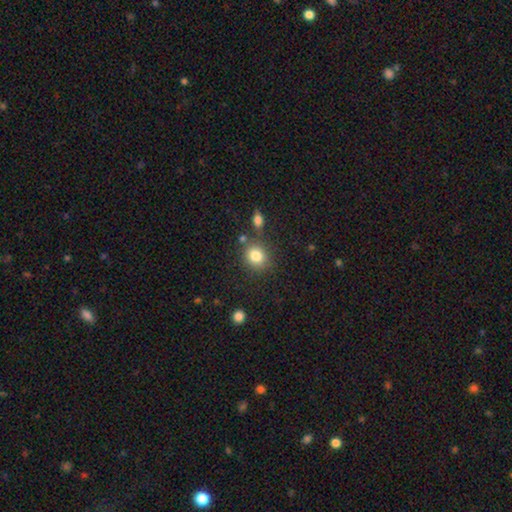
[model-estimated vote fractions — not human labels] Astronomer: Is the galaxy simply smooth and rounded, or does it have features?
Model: smooth — 83%.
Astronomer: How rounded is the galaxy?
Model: round — 77%.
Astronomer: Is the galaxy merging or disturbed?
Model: none — 77%.